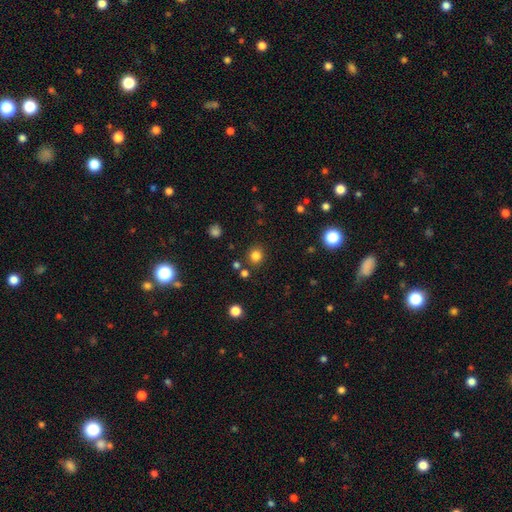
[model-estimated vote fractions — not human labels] A smooth galaxy with no disk features (81%) that is round (85%). Merging: none (85%).